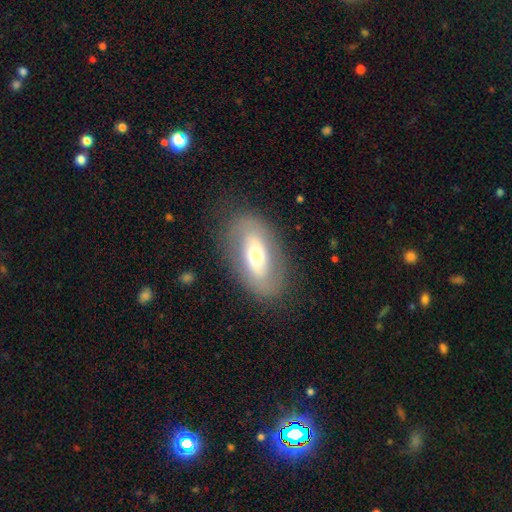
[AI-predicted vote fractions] Overall: featured or disk (55%; smooth 39%). Edge-on disk: no (89%). Merging: none (81%).